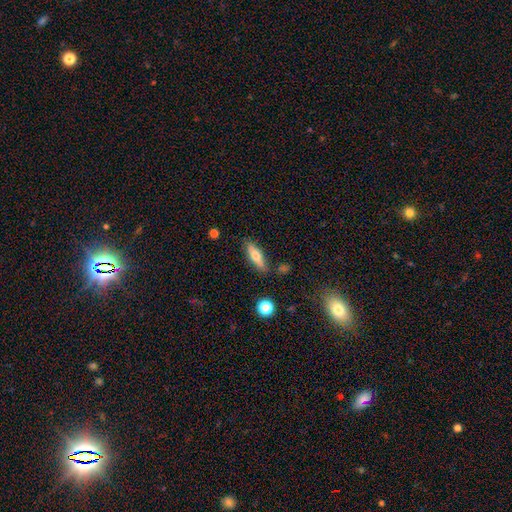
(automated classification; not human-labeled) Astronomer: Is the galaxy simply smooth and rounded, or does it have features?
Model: smooth — 65%.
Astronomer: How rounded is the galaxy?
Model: cigar-shaped — 50% (runner-up: in between, 47%).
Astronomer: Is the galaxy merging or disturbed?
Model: none — 78%.